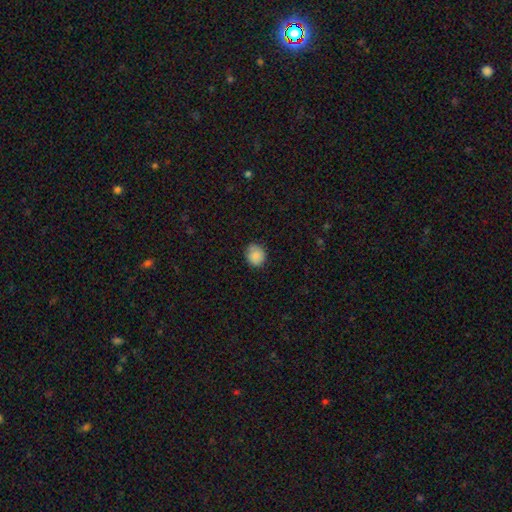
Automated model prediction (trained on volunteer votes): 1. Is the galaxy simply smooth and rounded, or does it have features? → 86% smooth, 8% star or artifact, 6% featured or disk.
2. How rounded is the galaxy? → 76% round, 23% in between, 1% cigar-shaped.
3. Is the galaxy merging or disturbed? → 79% none, 17% minor disturbance, 3% major disturbance, 1% merger.